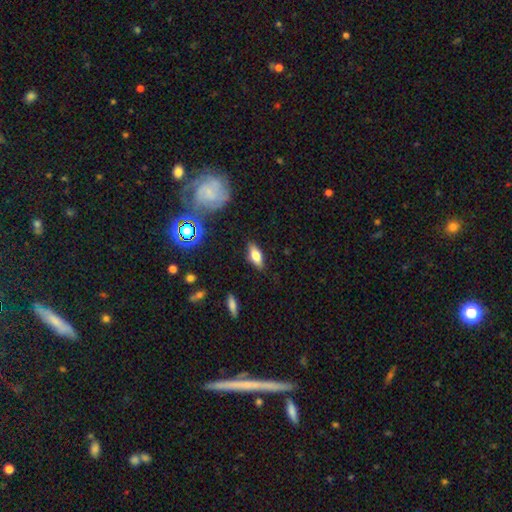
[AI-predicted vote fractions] A smooth galaxy with no disk features (66%) that is in between round and cigar-shaped (76%).

Vote fractions:
- Smooth or featured? smooth: 66% / featured or disk: 24% / star or artifact: 10%
- How rounded? in between: 76% / cigar-shaped: 21% / round: 3%
- Merging? none: 85% / minor disturbance: 11% / major disturbance: 2% / merger: 1%